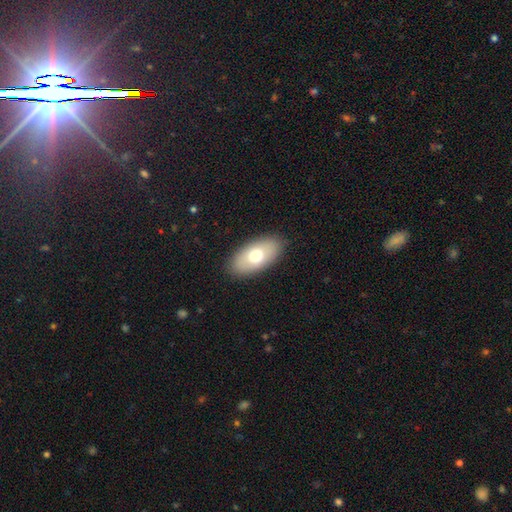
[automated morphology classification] A smooth galaxy with no disk features (68%) that is in between round and cigar-shaped (93%). Merging: none (87%).